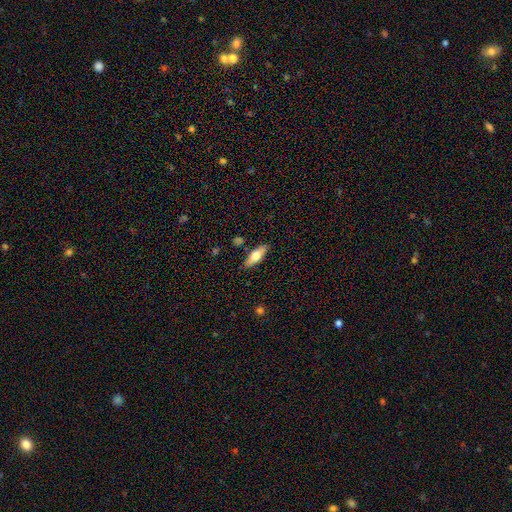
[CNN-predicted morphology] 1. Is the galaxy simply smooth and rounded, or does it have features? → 62% smooth, 32% featured or disk, 6% star or artifact.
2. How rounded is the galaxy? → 61% in between, 36% cigar-shaped, 3% round.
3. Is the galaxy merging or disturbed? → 85% none, 10% minor disturbance, 2% merger, 2% major disturbance.